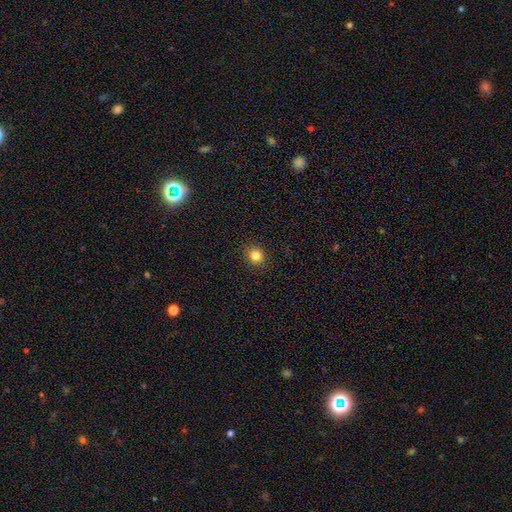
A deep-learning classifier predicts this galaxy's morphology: smooth 82%, star or artifact 12%, featured or disk 5%. Down the decision tree: how rounded — round (88%); merging — none (91%).